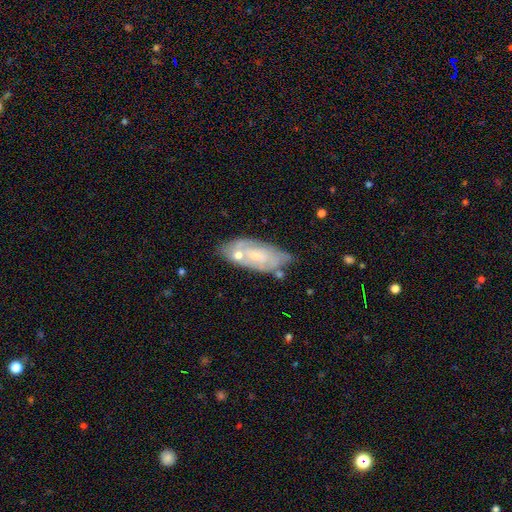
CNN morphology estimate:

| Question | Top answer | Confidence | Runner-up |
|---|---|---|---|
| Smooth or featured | featured or disk | 60% | smooth (33%) |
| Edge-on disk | no | 89% | yes (11%) |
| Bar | no | 68% | weak (26%) |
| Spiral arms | yes | 62% | no (38%) |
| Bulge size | small | 56% | moderate (31%) |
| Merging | none | 55% | minor disturbance (24%) |